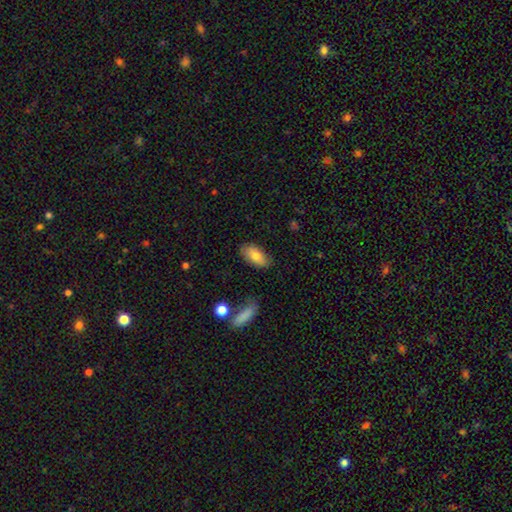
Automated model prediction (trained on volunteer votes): Smooth or featured? Predicted: smooth (p=0.78). How rounded? Predicted: in between (p=0.91). Merging? Predicted: none (p=0.80).